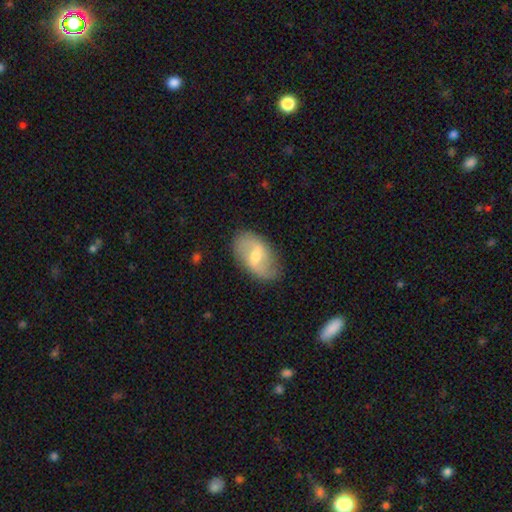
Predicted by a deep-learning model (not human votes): This appears to be a featured or disk galaxy (63%) with a weak bar (57%), spiral arms (80%) and a moderate central bulge (54%). Merging: none (81%).